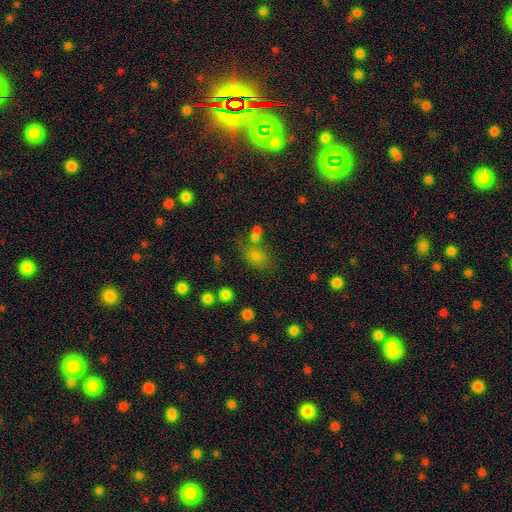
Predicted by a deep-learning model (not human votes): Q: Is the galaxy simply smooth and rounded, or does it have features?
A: smooth — 68%.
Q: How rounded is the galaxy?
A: in between — 69%.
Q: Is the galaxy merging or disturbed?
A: none — 54%.